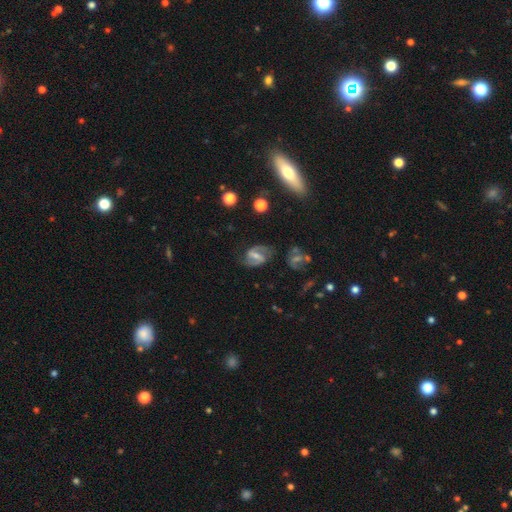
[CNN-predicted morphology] A featured or disk galaxy (79%) with a strong bar (56%), 2 (90%) medium (50%) spiral arms (91%) and a small central bulge (48%). Merging: none (75%).